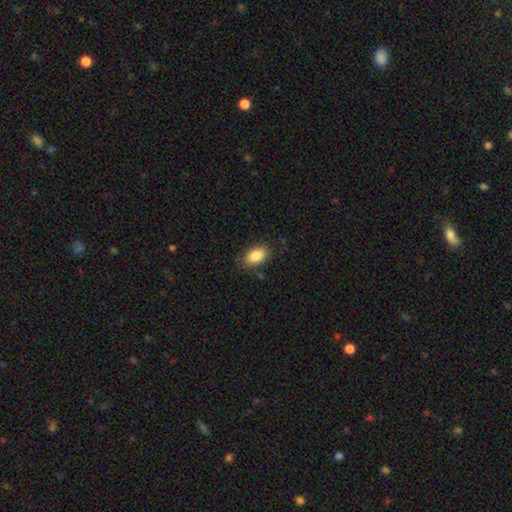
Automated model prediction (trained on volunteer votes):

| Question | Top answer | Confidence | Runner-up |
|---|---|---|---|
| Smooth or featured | smooth | 85% | star or artifact (8%) |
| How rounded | in between | 91% | round (7%) |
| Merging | none | 81% | minor disturbance (14%) |